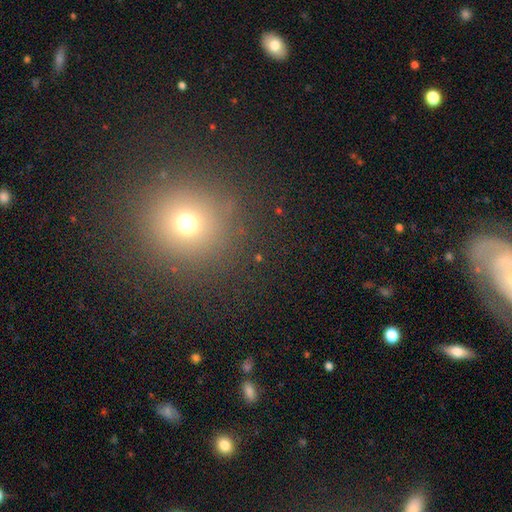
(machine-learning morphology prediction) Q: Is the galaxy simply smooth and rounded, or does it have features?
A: smooth — 61%.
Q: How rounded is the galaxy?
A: round — 94%.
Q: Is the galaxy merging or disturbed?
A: none — 90%.